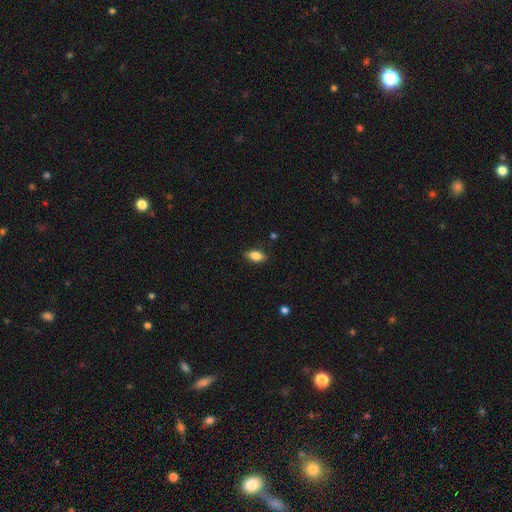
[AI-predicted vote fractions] Smooth or featured? Predicted: smooth (p=0.83). How rounded? Predicted: in between (p=0.88). Merging? Predicted: none (p=0.85).